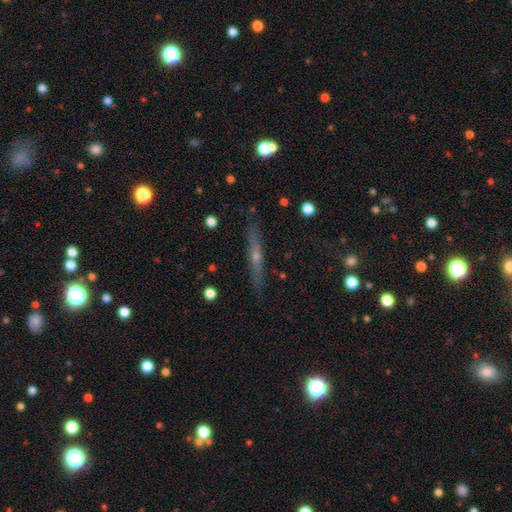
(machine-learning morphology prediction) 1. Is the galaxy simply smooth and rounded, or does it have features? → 66% featured or disk, 26% smooth, 8% star or artifact.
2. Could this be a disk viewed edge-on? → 94% yes, 6% no.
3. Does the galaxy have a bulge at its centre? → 77% rounded, 20% none, 3% boxy.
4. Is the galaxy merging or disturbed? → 86% none, 10% minor disturbance, 2% major disturbance, 2% merger.